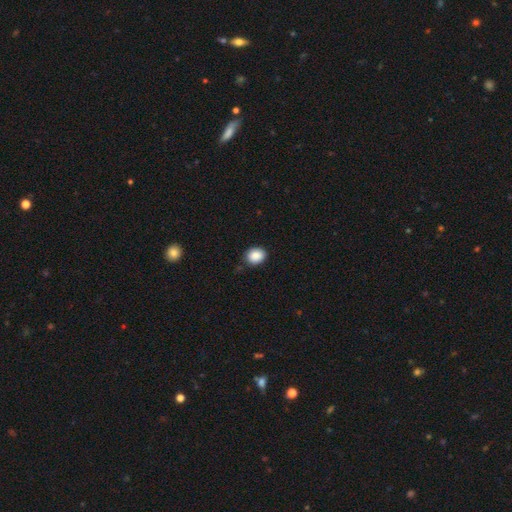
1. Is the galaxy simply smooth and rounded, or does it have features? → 95% smooth, 5% star or artifact, 0% featured or disk.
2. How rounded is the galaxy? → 61% round, 39% in between, 0% cigar-shaped.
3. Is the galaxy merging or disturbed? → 89% none, 5% minor disturbance, 5% major disturbance, 0% merger.